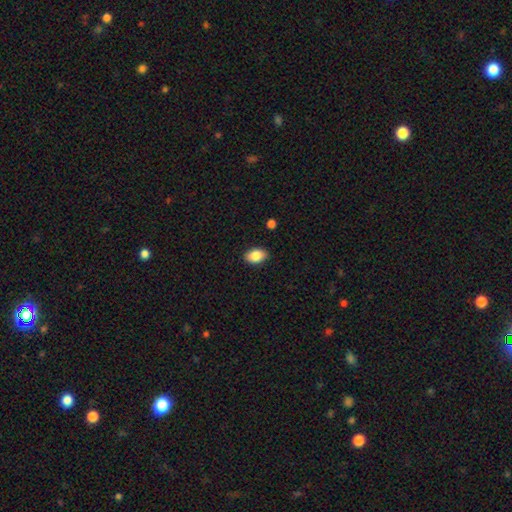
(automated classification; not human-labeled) smooth-or-featured: smooth: 87% | star or artifact: 8% | featured or disk: 6%
  how-rounded: in between: 87% | round: 11% | cigar-shaped: 1%
  merging: none: 89% | minor disturbance: 8% | major disturbance: 2% | merger: 1%